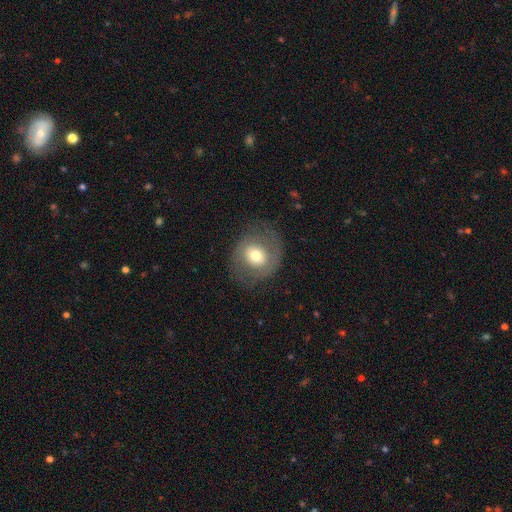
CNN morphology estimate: The model was most divided on "smooth or featured" (2-way tie): featured or disk: 46%, smooth: 46%, star or artifact: 8%. More confident: merging — none (75%).